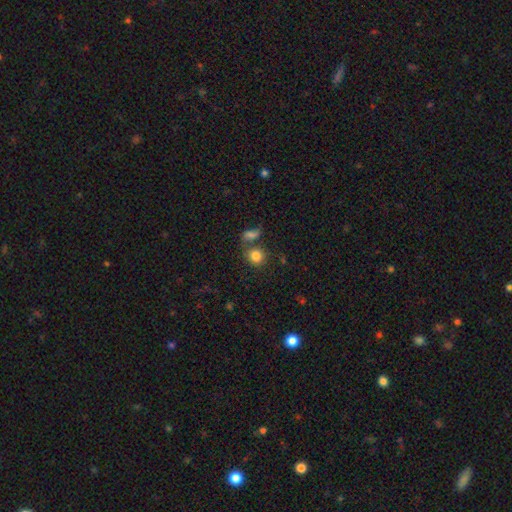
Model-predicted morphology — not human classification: Smooth or featured? smooth (81%)
How rounded? round (83%)
Merging? none (54%)